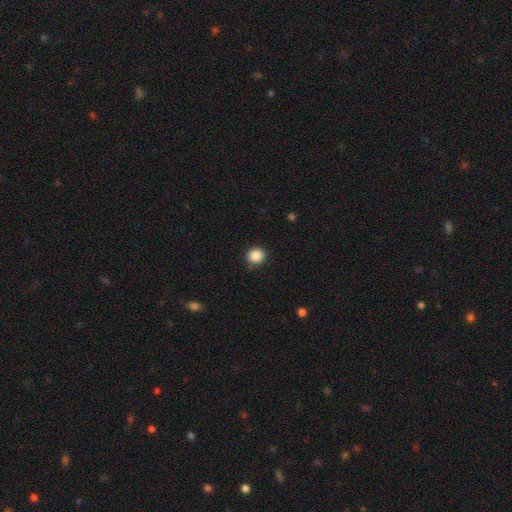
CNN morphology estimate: Smooth or featured?
  - smooth: 88% *
  - star or artifact: 9%
  - featured or disk: 3%
How rounded?
  - round: 84% *
  - in between: 15%
  - cigar-shaped: 1%
Merging?
  - none: 86% *
  - minor disturbance: 10%
  - major disturbance: 2%
  - merger: 1%